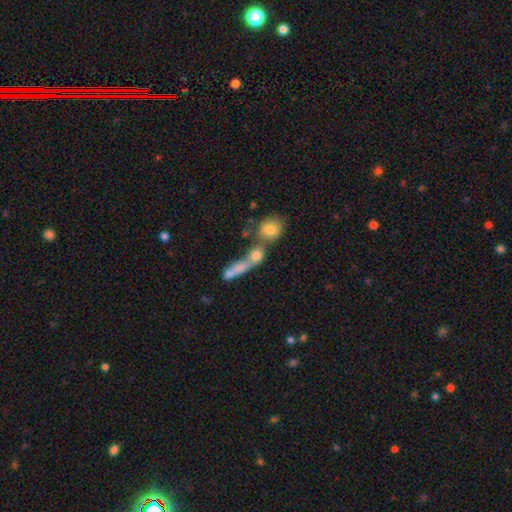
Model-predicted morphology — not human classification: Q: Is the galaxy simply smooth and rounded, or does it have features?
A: smooth — 57%.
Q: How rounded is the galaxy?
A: cigar-shaped — 46%.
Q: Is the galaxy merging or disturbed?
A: merger — 45%.